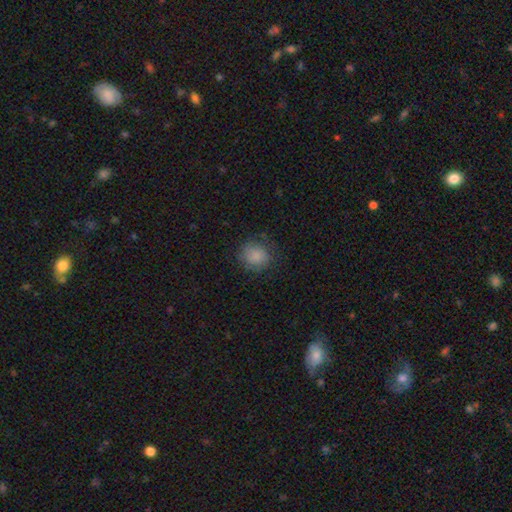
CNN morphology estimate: Q: Smooth or featured?
A: smooth (85%); runner-up: star or artifact (9%)
Q: How rounded?
A: round (85%); runner-up: in between (14%)
Q: Merging?
A: none (78%); runner-up: minor disturbance (15%)